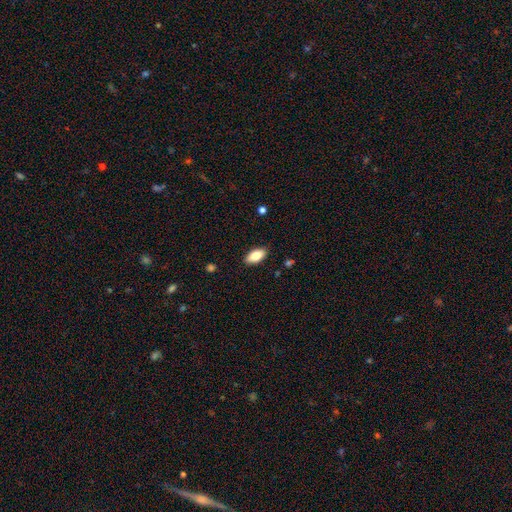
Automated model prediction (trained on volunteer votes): Smooth or featured: smooth — 83% (featured or disk — 11%)
How rounded: in between — 92% (cigar-shaped — 5%)
Merging: none — 89% (minor disturbance — 9%)